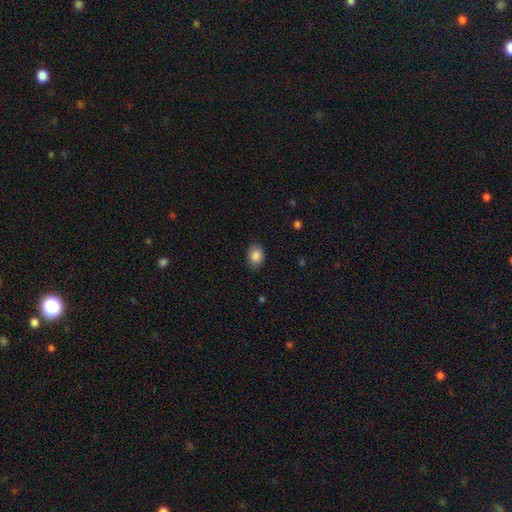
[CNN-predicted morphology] Q: Smooth or featured?
A: smooth (87%); runner-up: star or artifact (8%)
Q: How rounded?
A: in between (70%); runner-up: round (29%)
Q: Merging?
A: none (84%); runner-up: minor disturbance (12%)